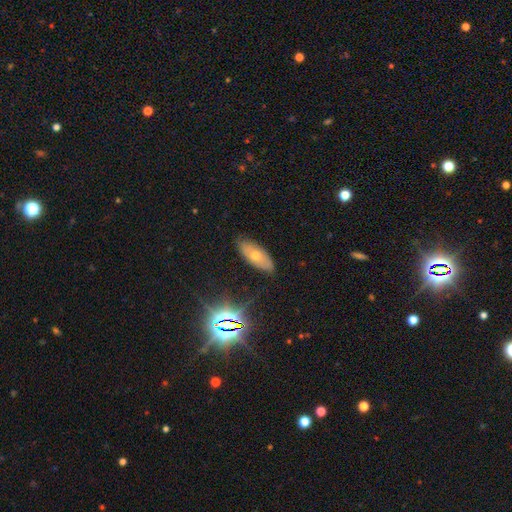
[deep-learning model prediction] Smooth or featured?
  - smooth: 42% *
  - featured or disk: 33%
  - star or artifact: 25%
Merging?
  - none: 85% *
  - minor disturbance: 11%
  - major disturbance: 3%
  - merger: 1%